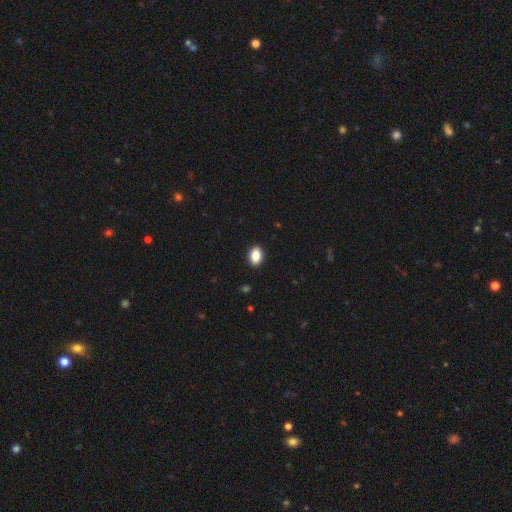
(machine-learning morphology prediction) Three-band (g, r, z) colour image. It shows a smooth galaxy with no disk features (86%) that is in between round and cigar-shaped (81%). Merging: none (91%).